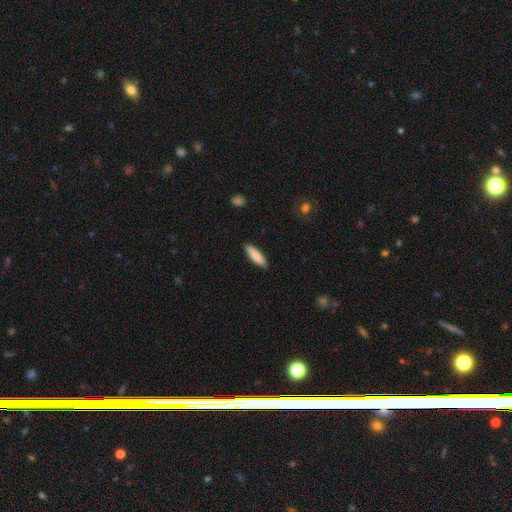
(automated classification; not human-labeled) Smooth or featured?
  - smooth: 86% *
  - featured or disk: 8%
  - star or artifact: 5%
How rounded?
  - cigar-shaped: 65% *
  - in between: 33%
  - round: 1%
Merging?
  - none: 90% *
  - minor disturbance: 8%
  - major disturbance: 2%
  - merger: 1%